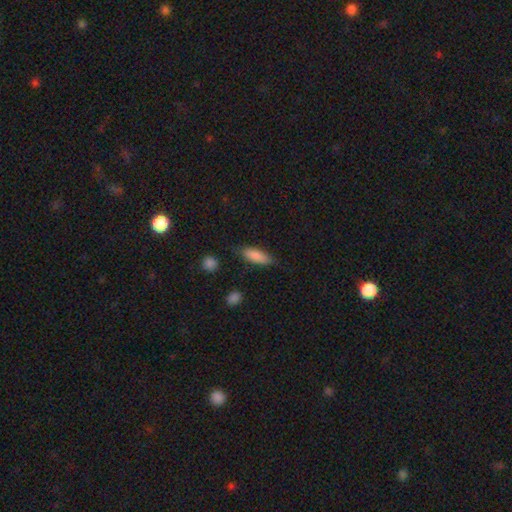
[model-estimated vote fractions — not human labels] This is clearly a smooth galaxy (85%). How rounded: likely in between (61%). Merging: likely none (78%).